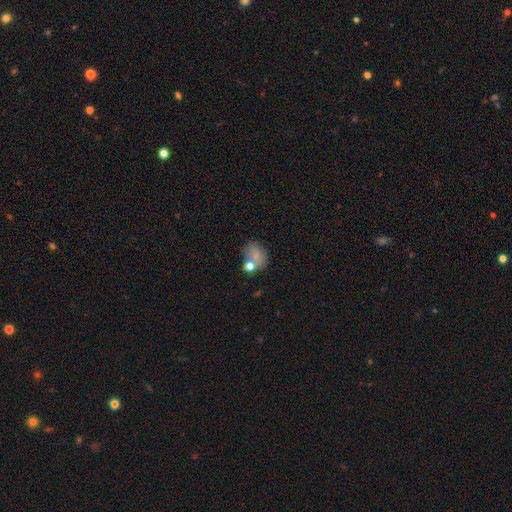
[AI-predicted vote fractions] A smooth galaxy with no disk features (68%) that is round (51%).

Vote fractions:
- Smooth or featured? smooth: 68% / featured or disk: 19% / star or artifact: 13%
- How rounded? round: 51% / in between: 48% / cigar-shaped: 1%
- Merging? none: 43% / merger: 25% / minor disturbance: 20% / major disturbance: 13%